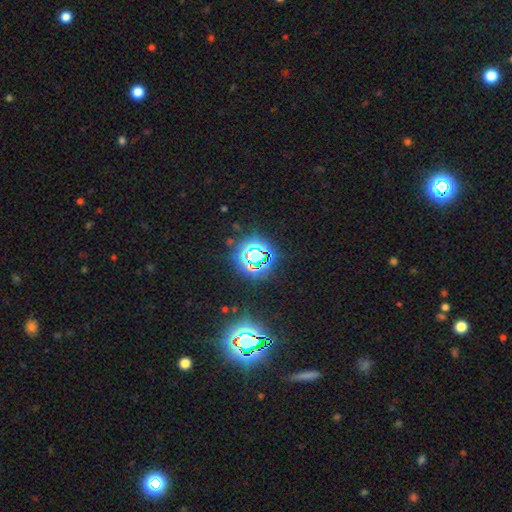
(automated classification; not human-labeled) This appears to be a star or artifact, not a galaxy (75%).